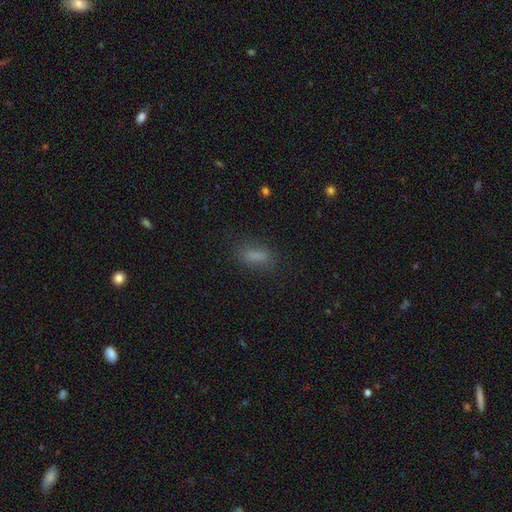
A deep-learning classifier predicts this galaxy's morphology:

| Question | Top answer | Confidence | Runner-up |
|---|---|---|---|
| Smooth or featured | smooth | 81% | star or artifact (13%) |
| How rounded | in between | 77% | cigar-shaped (18%) |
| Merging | none | 80% | minor disturbance (13%) |